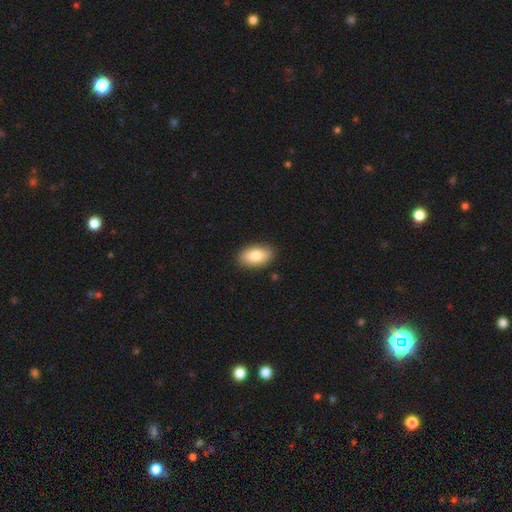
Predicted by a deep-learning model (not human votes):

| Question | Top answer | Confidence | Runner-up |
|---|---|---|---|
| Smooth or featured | smooth | 81% | featured or disk (12%) |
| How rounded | in between | 93% | round (5%) |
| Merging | none | 89% | minor disturbance (8%) |